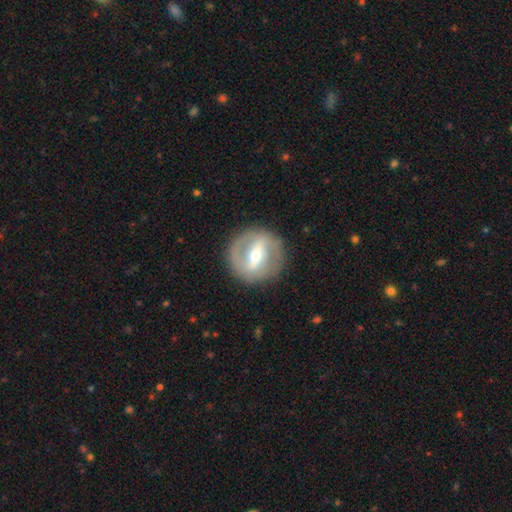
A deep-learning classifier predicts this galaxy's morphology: smooth_or_featured: featured or disk (p=0.75) [alt: smooth p=0.19]
disk_edge_on: no (p=0.93) [alt: yes p=0.07]
bar: strong (p=0.56) [alt: weak p=0.31]
has_spiral_arms: yes (p=0.64) [alt: no p=0.36]
bulge_size: moderate (p=0.56) [alt: small p=0.38]
merging: none (p=0.86) [alt: minor disturbance p=0.09]